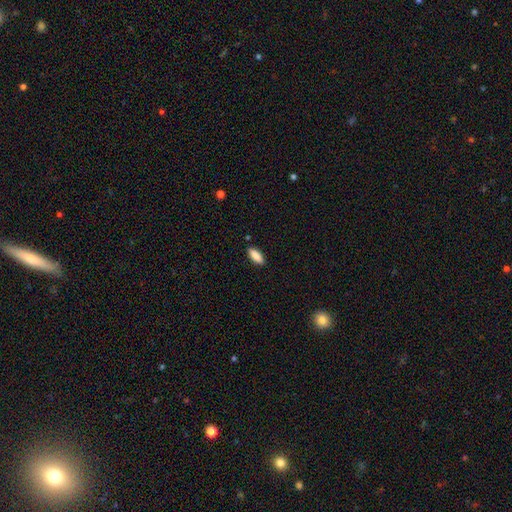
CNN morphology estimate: This appears to be a smooth galaxy with no disk features (88%) that is in between round and cigar-shaped (77%). Merging: none (88%).